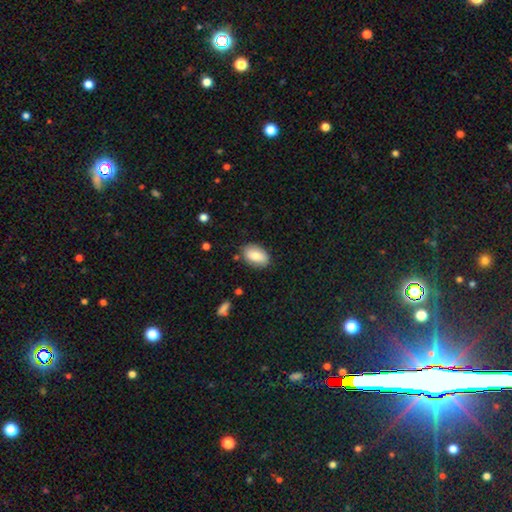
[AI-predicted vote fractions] Morphology: type=smooth (80%); roundness=in between (91%); merging=none (81%).